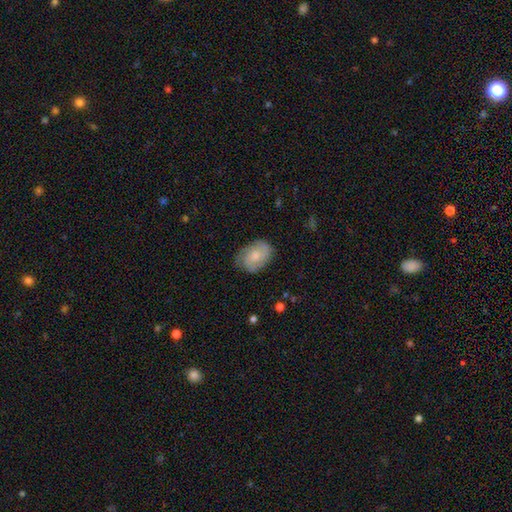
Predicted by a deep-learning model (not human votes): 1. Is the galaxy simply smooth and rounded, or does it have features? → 53% featured or disk, 40% smooth, 7% star or artifact.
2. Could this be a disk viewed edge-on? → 97% no, 3% yes.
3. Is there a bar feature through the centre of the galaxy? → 74% no, 23% weak, 3% strong.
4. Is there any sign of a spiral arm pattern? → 89% yes, 11% no.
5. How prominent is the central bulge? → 56% small, 34% moderate, 6% none, 2% large, 1% dominant.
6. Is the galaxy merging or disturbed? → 74% none, 19% minor disturbance, 5% major disturbance, 1% merger.